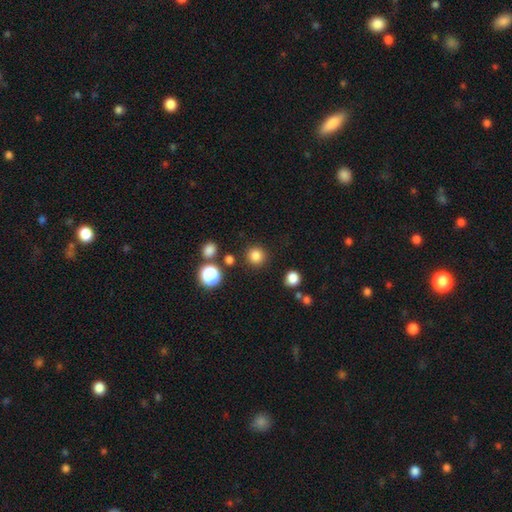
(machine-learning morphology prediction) Smooth or featured: smooth — 82% (star or artifact — 14%)
How rounded: round — 94% (in between — 5%)
Merging: none — 89% (minor disturbance — 6%)